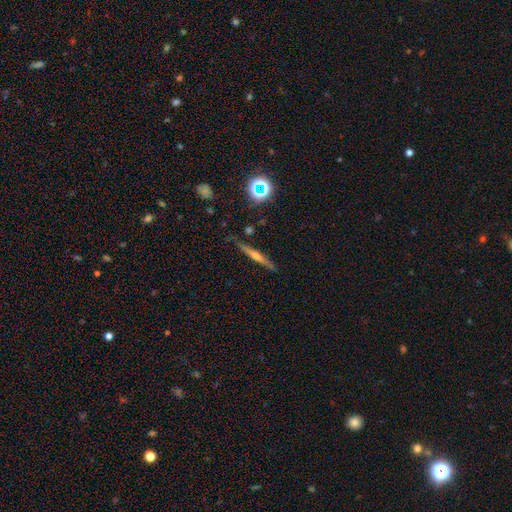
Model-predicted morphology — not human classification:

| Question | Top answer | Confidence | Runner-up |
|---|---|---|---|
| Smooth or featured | featured or disk | 65% | smooth (24%) |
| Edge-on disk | yes | 97% | no (3%) |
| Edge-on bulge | rounded | 75% | none (15%) |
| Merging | none | 85% | minor disturbance (11%) |